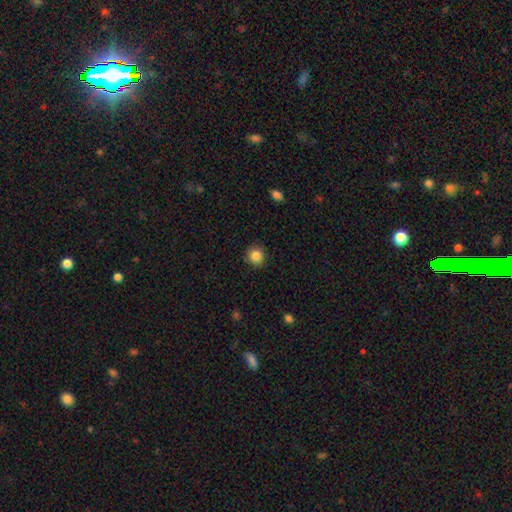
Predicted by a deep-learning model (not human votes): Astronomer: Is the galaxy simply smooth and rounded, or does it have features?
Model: smooth — 85%.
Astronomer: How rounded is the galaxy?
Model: round — 92%.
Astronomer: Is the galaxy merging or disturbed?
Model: none — 91%.